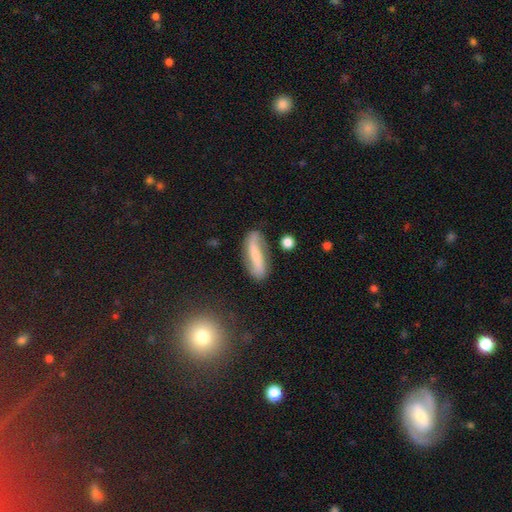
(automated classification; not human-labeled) Smooth or featured? smooth (46%)
Merging? none (70%)